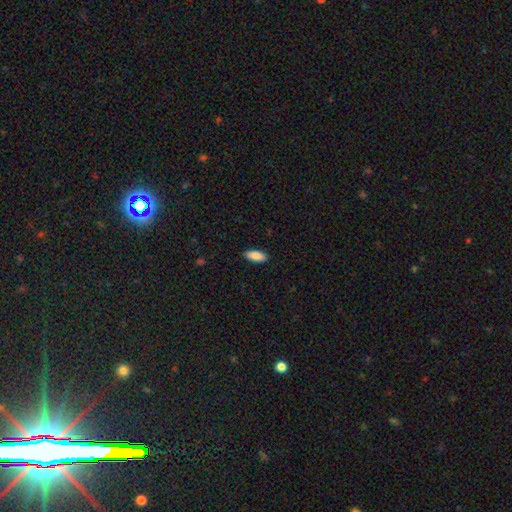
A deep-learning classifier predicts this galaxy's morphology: The model was most divided on "how rounded": in between: 81%, cigar-shaped: 17%, round: 2%. More confident: merging — none (90%); smooth or featured — smooth (88%).